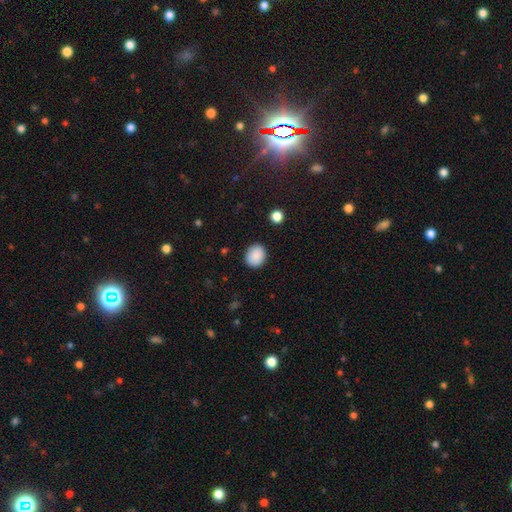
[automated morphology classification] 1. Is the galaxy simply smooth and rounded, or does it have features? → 89% smooth, 8% star or artifact, 3% featured or disk.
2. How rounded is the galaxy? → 69% round, 30% in between, 1% cigar-shaped.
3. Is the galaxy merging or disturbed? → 89% none, 8% minor disturbance, 2% major disturbance, 1% merger.